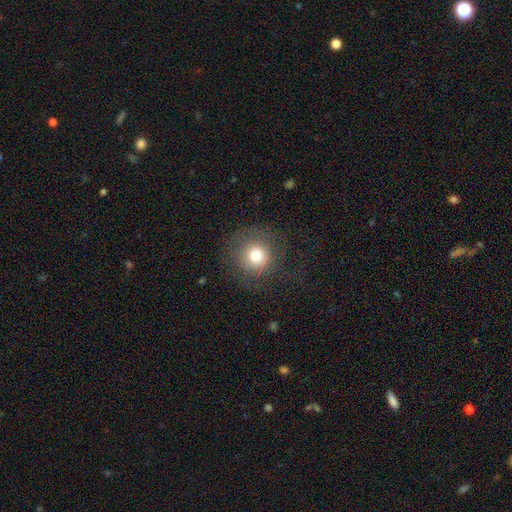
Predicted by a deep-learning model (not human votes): Overall: smooth (75%). How rounded: round (94%). Merging: none (75%).